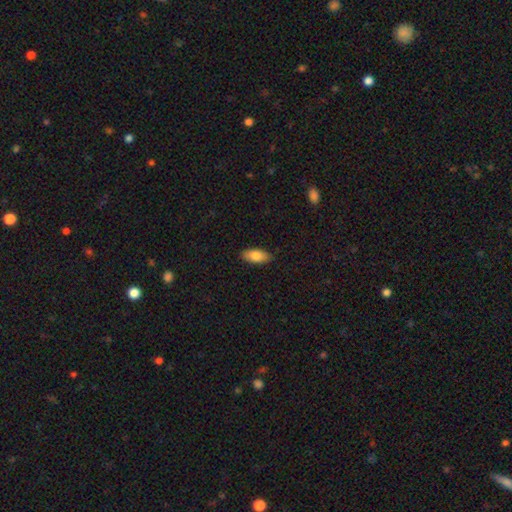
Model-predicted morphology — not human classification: smooth_or_featured: smooth (p=0.83) [alt: featured or disk p=0.11]
how_rounded: in between (p=0.87) [alt: cigar-shaped p=0.11]
merging: none (p=0.88) [alt: minor disturbance p=0.09]